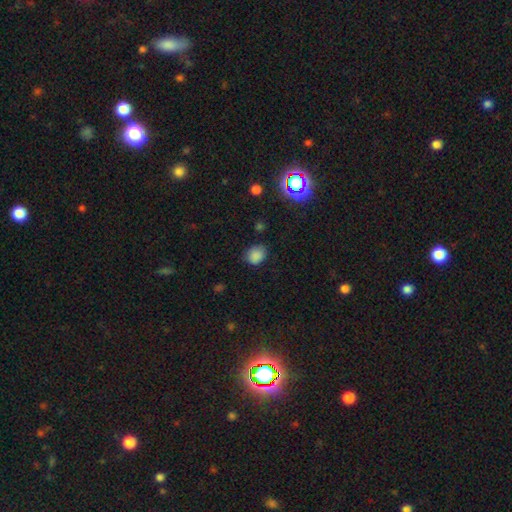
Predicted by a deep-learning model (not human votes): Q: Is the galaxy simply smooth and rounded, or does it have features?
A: smooth — 82%.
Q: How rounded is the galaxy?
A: round — 50%.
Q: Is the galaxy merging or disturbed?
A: none — 71%.